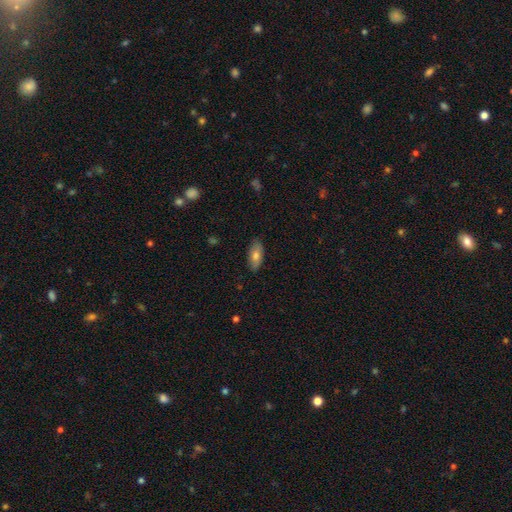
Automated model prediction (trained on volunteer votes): This is likely a smooth galaxy (75%). How rounded: clearly in between (85%). Merging: clearly none (86%).